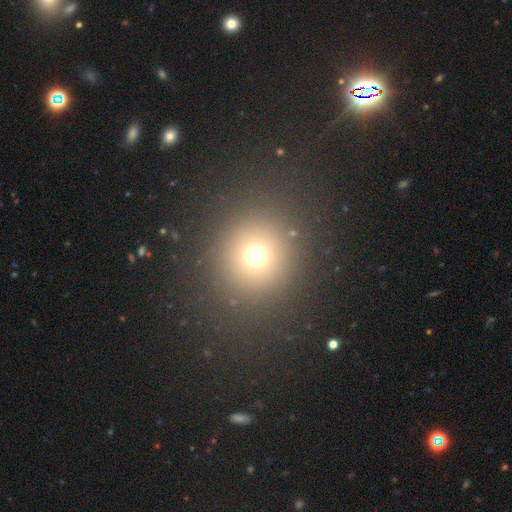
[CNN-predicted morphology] A smooth galaxy with no disk features (69%) that is round (91%). Merging: none (88%).